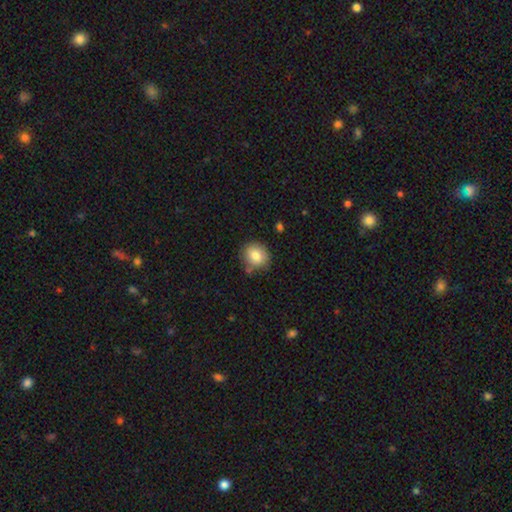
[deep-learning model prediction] This appears to be a smooth galaxy with no disk features (81%) that is round (77%). Merging: none (78%).